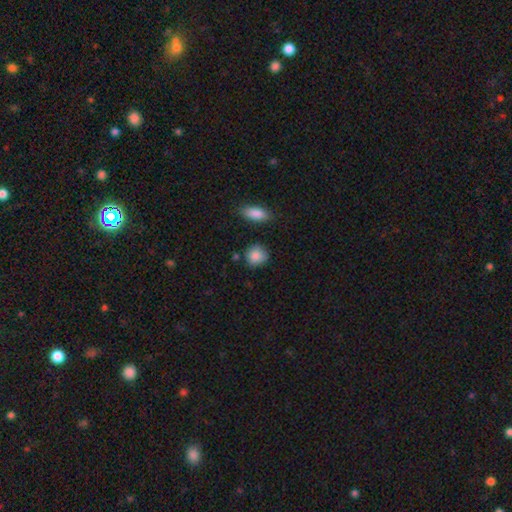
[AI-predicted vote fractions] Overall: smooth (87%). How rounded: round (79%). Merging: none (75%).